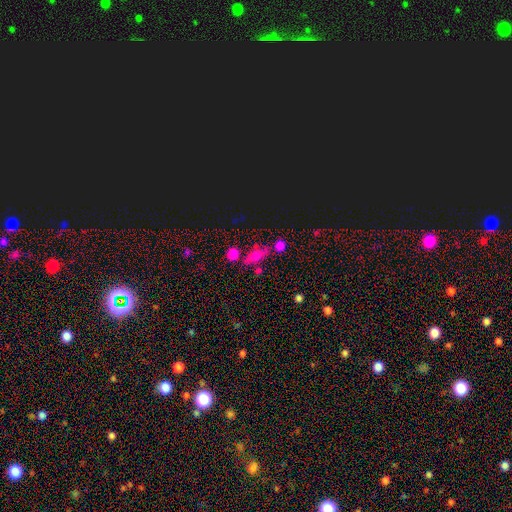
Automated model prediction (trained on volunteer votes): Smooth or featured? Predicted: smooth (p=0.57). How rounded? Predicted: in between (p=0.51). Merging? Predicted: none (p=0.61).